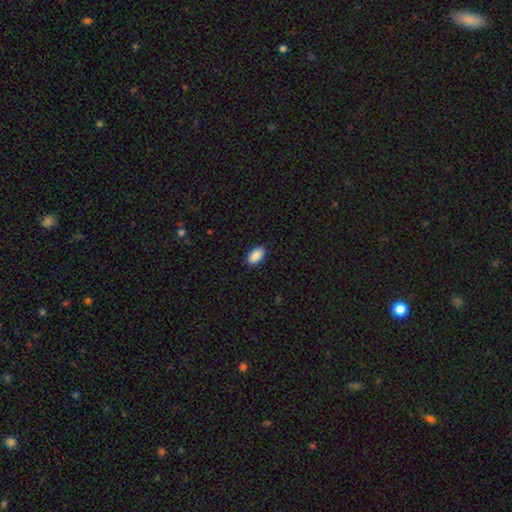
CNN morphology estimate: The model was most divided on "merging": none: 89%, minor disturbance: 8%, major disturbance: 2%, merger: 1%. More confident: how rounded — in between (95%); smooth or featured — smooth (91%).